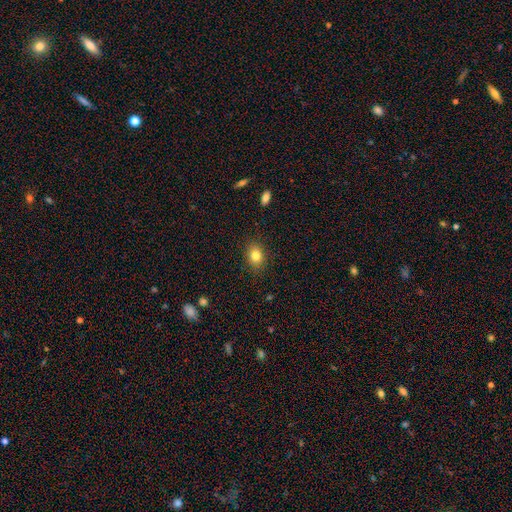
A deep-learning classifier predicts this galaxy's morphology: smooth_or_featured: smooth (p=0.82) [alt: star or artifact p=0.10]
how_rounded: in between (p=0.65) [alt: round p=0.34]
merging: none (p=0.87) [alt: minor disturbance p=0.10]